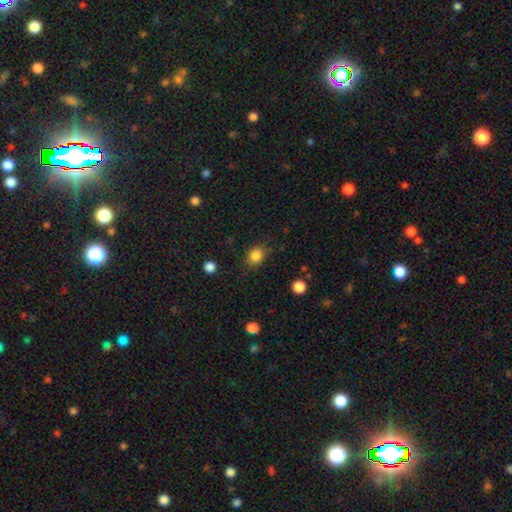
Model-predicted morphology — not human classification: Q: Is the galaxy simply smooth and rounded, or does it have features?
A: smooth — 84%.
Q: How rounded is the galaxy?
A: round — 65%.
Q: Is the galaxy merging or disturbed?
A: none — 78%.